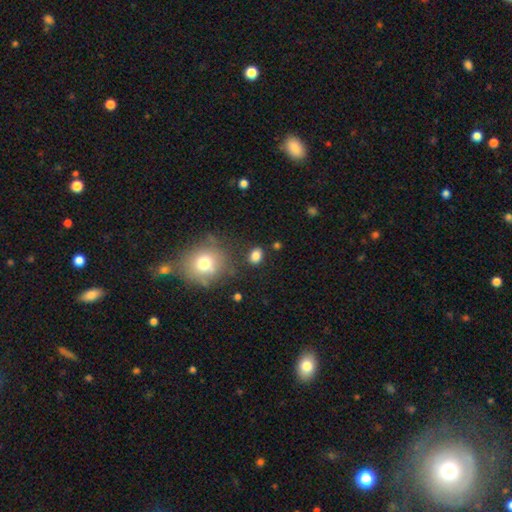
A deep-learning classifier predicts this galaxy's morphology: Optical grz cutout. It shows a smooth galaxy with no disk features (83%) that is in between round and cigar-shaped (70%). Merging: none (81%).